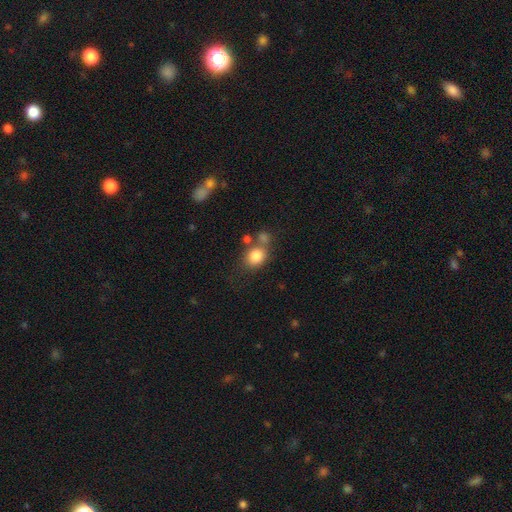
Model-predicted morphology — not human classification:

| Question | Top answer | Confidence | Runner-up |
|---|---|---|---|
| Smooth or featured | smooth | 83% | star or artifact (10%) |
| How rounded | round | 60% | in between (38%) |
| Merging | none | 55% | merger (25%) |